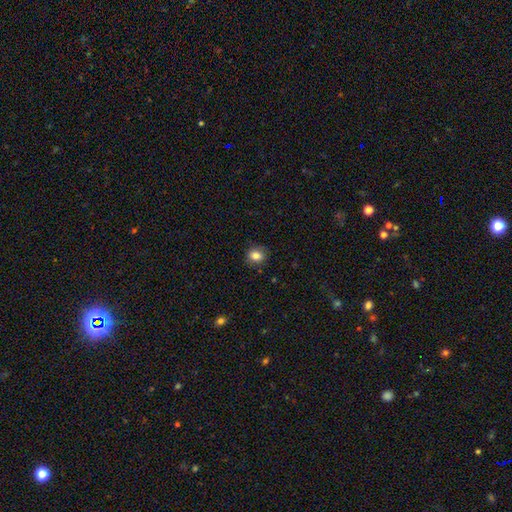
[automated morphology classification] smooth 83%, star or artifact 10%, featured or disk 7%. Down the decision tree: how rounded — round (60%); merging — none (85%).